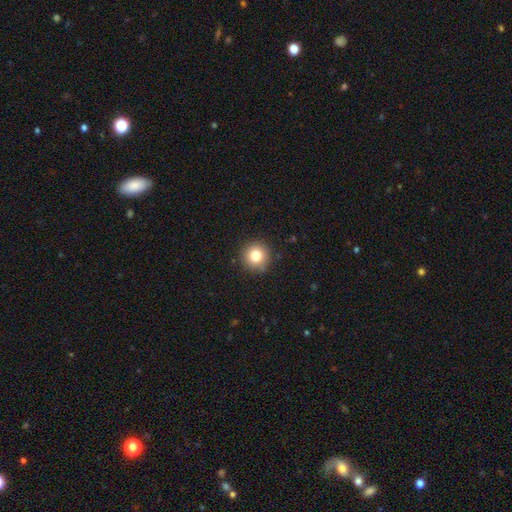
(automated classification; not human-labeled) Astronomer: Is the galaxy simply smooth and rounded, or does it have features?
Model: smooth — 81%.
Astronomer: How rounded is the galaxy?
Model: round — 94%.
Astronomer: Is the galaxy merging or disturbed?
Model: none — 89%.